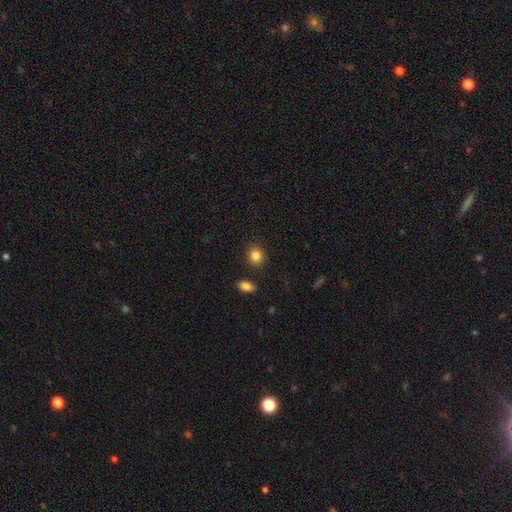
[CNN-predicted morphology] This appears to be a smooth galaxy with no disk features (86%) that is round (72%). Merging: none (87%).